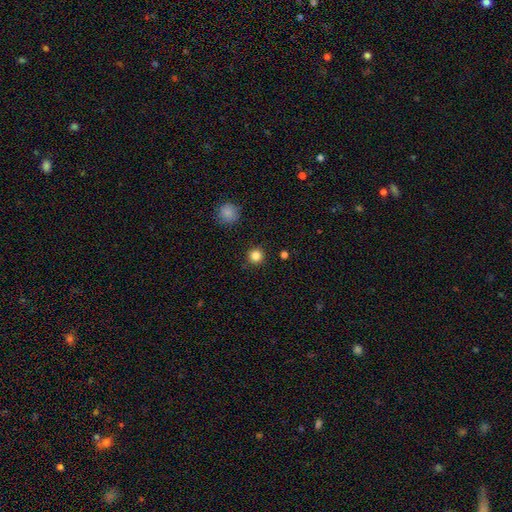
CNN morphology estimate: Smooth or featured? Predicted: smooth (p=0.84). How rounded? Predicted: round (p=0.95). Merging? Predicted: none (p=0.90).